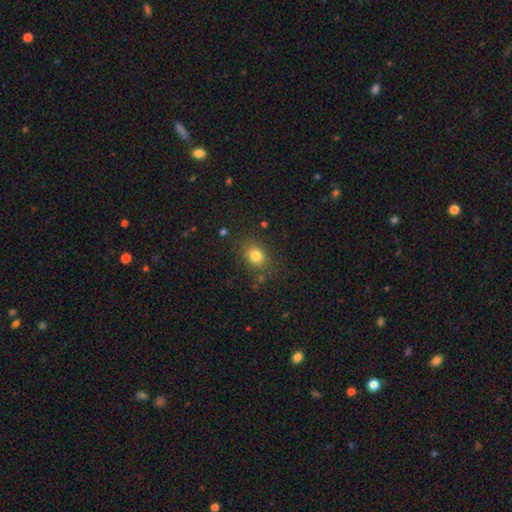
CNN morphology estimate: Q: Smooth or featured?
A: smooth (80%); runner-up: star or artifact (12%)
Q: How rounded?
A: in between (58%); runner-up: round (41%)
Q: Merging?
A: none (80%); runner-up: minor disturbance (13%)